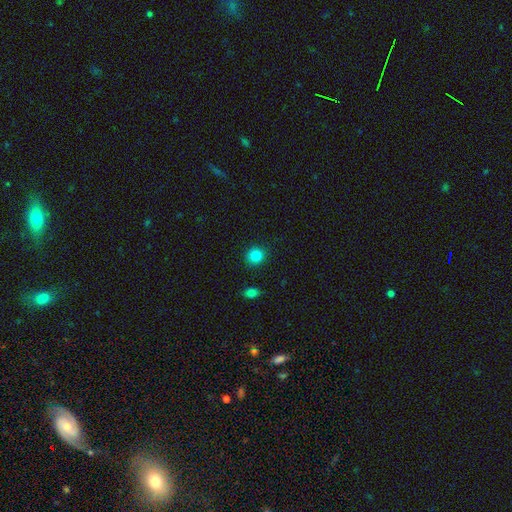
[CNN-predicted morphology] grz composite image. It shows a smooth galaxy with no disk features (85%) that is round (88%). Merging: none (90%).